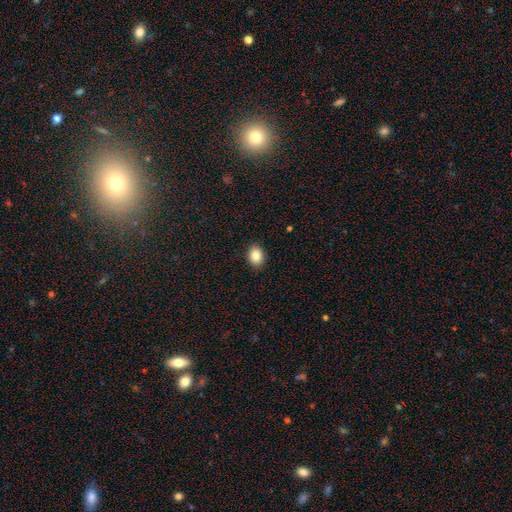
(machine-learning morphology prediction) Smooth or featured? Predicted: smooth (p=0.84). How rounded? Predicted: in between (p=0.57). Merging? Predicted: none (p=0.91).